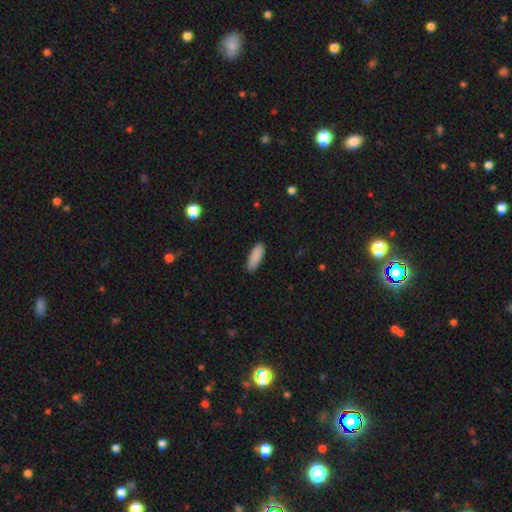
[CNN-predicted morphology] This is clearly a smooth galaxy (88%). How rounded: likely in between (62%). Merging: clearly none (86%).